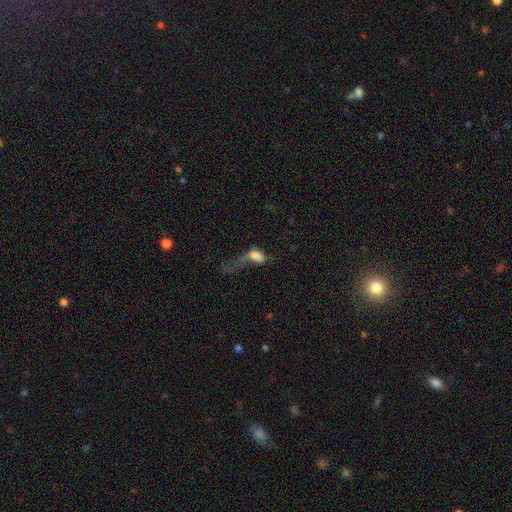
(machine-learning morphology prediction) Smooth or featured? Predicted: smooth (p=0.62). How rounded? Predicted: in between (p=0.79). Merging? Predicted: major disturbance (p=0.63).